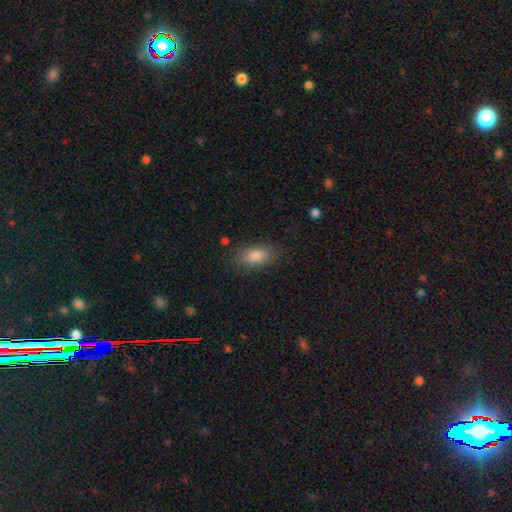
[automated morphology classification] Smooth or featured? smooth (84%)
How rounded? in between (89%)
Merging? none (84%)